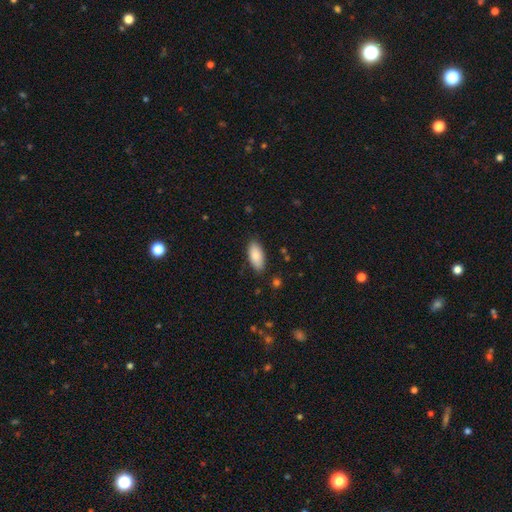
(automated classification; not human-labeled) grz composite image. It shows a smooth galaxy with no disk features (85%) that is in between round and cigar-shaped (90%). Merging: none (85%).